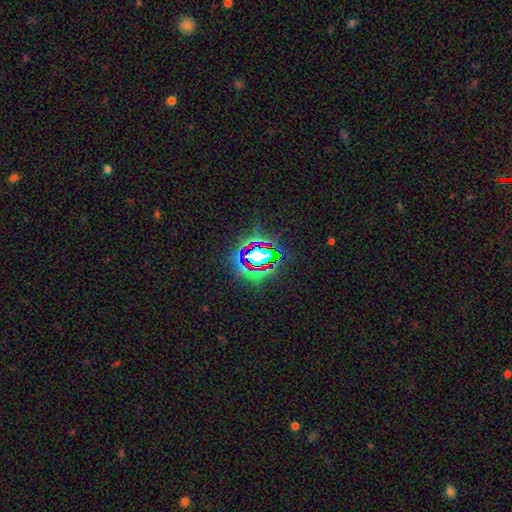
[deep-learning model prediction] star or artifact 72%, smooth 16%, featured or disk 11%.